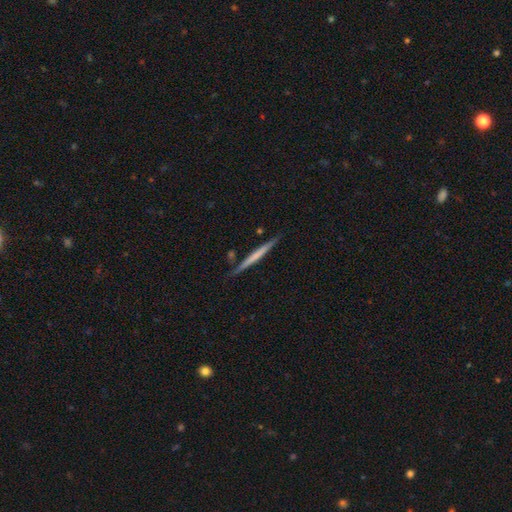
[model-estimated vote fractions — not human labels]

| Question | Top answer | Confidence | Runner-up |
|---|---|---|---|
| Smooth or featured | featured or disk | 49% | smooth (46%) |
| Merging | none | 86% | minor disturbance (9%) |